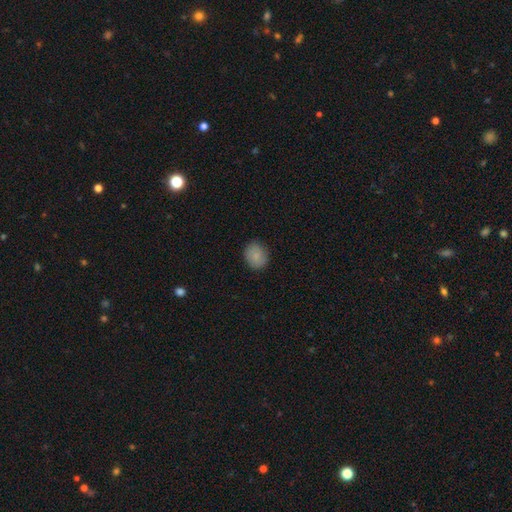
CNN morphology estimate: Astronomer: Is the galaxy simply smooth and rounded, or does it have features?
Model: smooth — 85%.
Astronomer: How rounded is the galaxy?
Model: round — 64%.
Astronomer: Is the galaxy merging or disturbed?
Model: none — 86%.